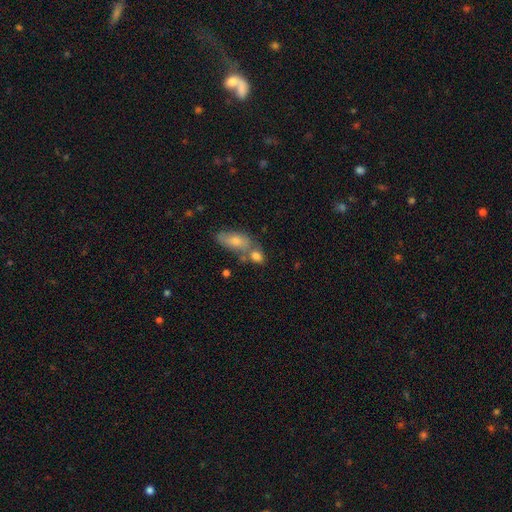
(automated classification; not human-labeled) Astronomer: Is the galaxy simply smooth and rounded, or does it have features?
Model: smooth — 78%.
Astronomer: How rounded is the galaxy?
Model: in between — 66%.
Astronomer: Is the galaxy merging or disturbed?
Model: none — 42% (runner-up: merger, 40%).